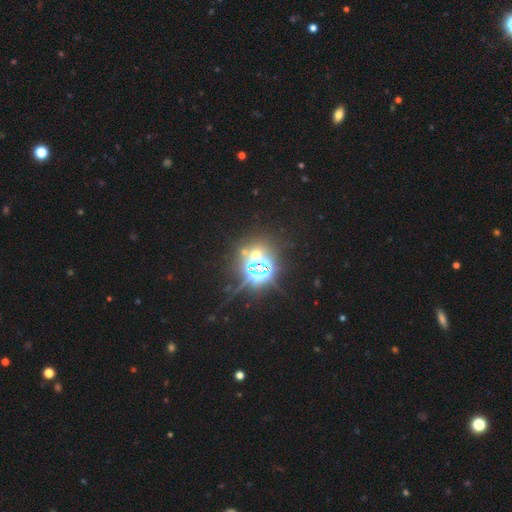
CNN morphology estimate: star or artifact 71%, smooth 18%, featured or disk 10%.